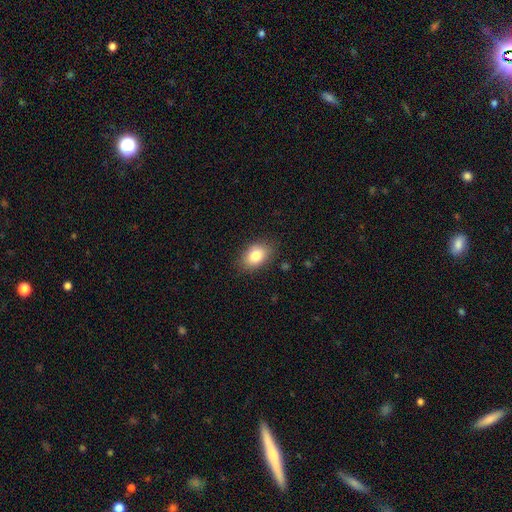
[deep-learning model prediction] This appears to be a smooth galaxy with no disk features (83%) that is in between round and cigar-shaped (83%). Merging: none (83%).